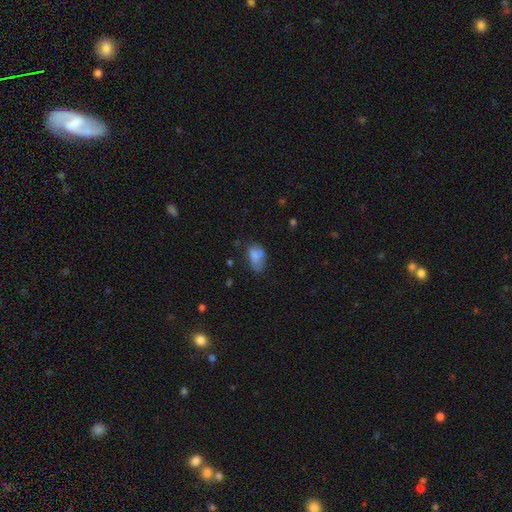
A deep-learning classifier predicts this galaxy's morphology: Smooth or featured? Predicted: smooth (p=0.73). How rounded? Predicted: in between (p=0.87). Merging? Predicted: none (p=0.38).